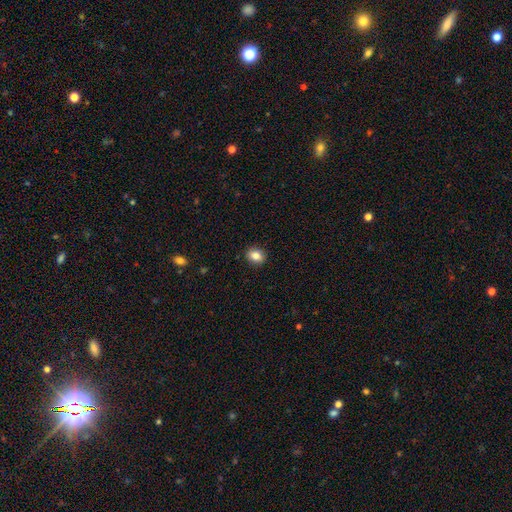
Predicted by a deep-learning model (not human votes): smooth 83%, star or artifact 9%, featured or disk 7%. Down the decision tree: how rounded — round (55%); merging — none (90%).